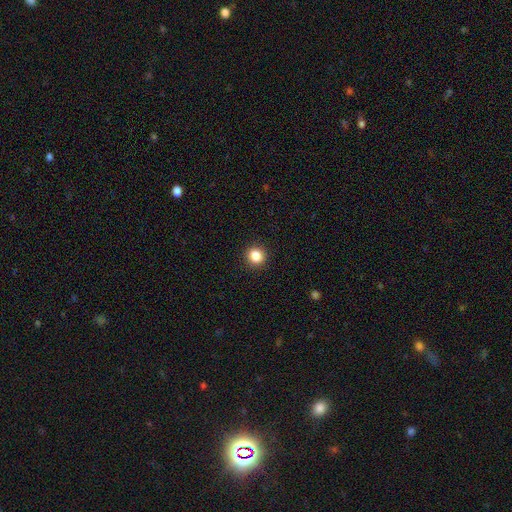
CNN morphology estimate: Smooth or featured? smooth (86%)
How rounded? round (90%)
Merging? none (92%)